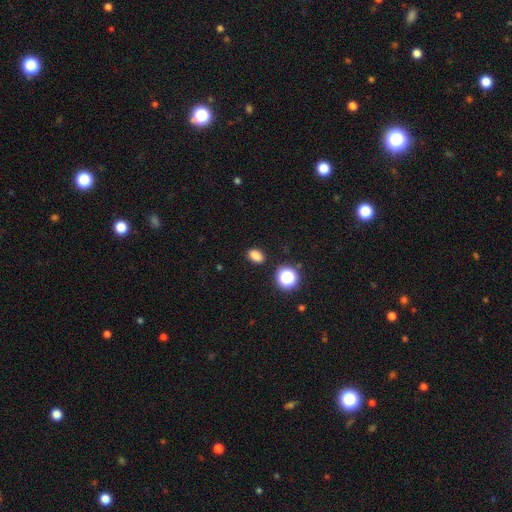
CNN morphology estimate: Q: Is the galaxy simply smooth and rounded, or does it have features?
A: smooth — 82%.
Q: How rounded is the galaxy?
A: in between — 77%.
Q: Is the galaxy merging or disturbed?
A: none — 87%.